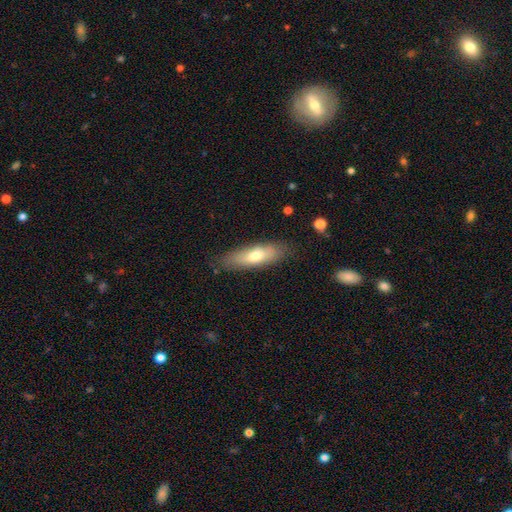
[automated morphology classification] Overall: smooth (67%; featured or disk 27%). How rounded: cigar-shaped (53%; in between 45%). Merging: none (81%).